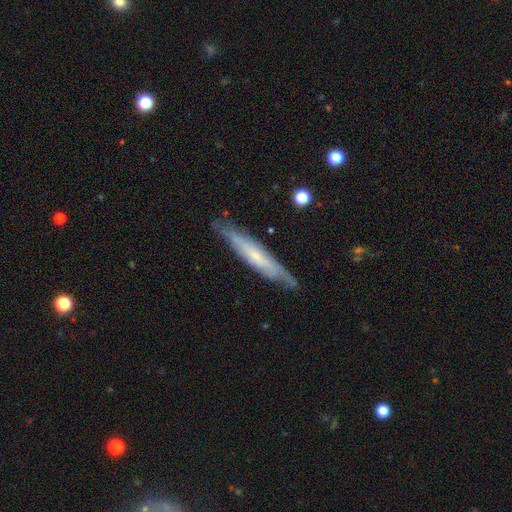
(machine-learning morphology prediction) smooth_or_featured: featured or disk (p=0.58) [alt: smooth p=0.36]
disk_edge_on: yes (p=0.75) [alt: no p=0.25]
merging: none (p=0.80) [alt: minor disturbance p=0.15]